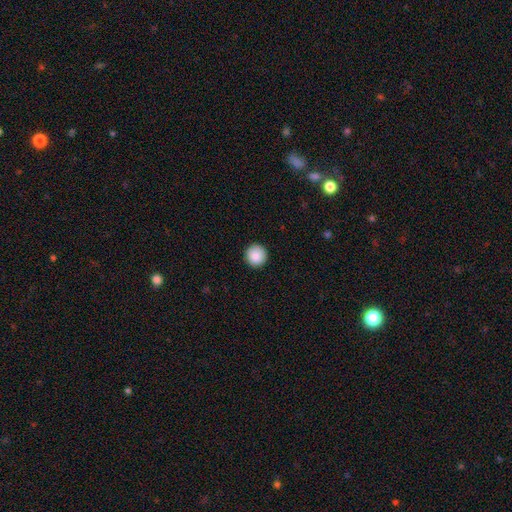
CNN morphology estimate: This appears to be a smooth galaxy with no disk features (88%) that is round (96%). Merging: none (93%).